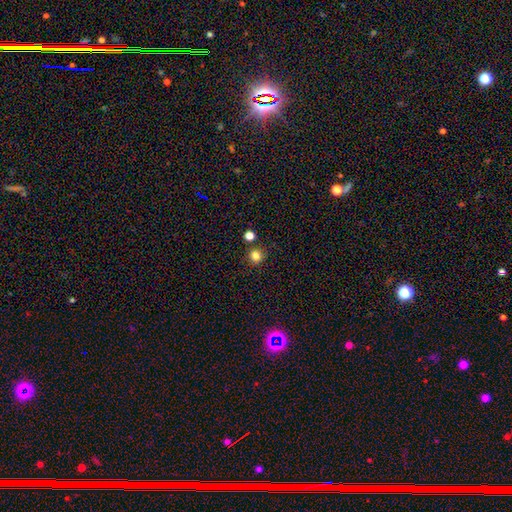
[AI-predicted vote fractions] Smooth or featured? Predicted: smooth (p=0.81). How rounded? Predicted: round (p=0.93). Merging? Predicted: none (p=0.85).